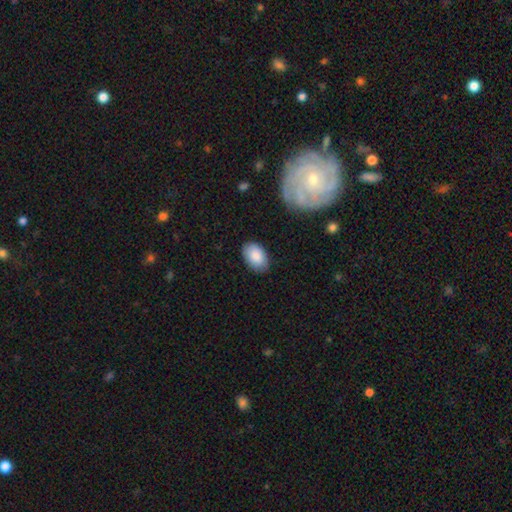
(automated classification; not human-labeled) Smooth or featured?
  - smooth: 87% *
  - featured or disk: 7%
  - star or artifact: 6%
How rounded?
  - in between: 90% *
  - round: 9%
  - cigar-shaped: 1%
Merging?
  - none: 83% *
  - minor disturbance: 13%
  - major disturbance: 2%
  - merger: 1%